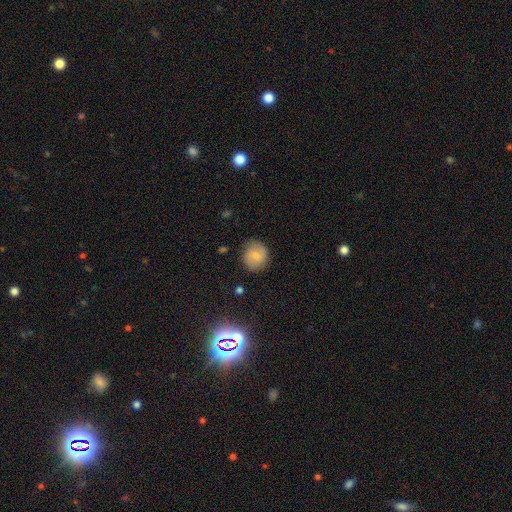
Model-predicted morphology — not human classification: The model was most divided on "smooth or featured": smooth: 73%, featured or disk: 17%, star or artifact: 10%. More confident: how rounded — round (83%); merging — none (81%).